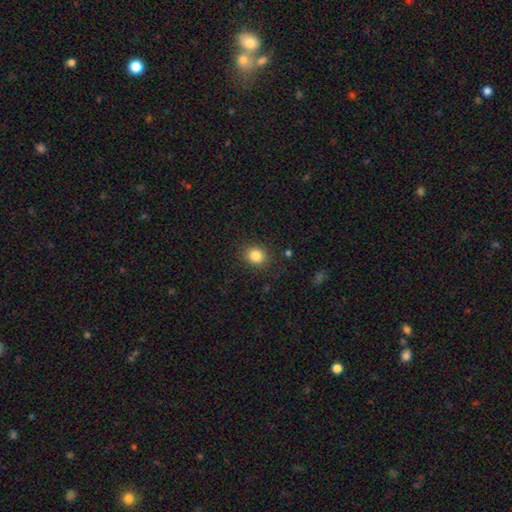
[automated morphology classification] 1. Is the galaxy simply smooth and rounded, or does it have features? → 84% smooth, 11% star or artifact, 5% featured or disk.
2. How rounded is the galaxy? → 74% round, 26% in between, 1% cigar-shaped.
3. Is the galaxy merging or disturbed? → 87% none, 9% minor disturbance, 3% major disturbance, 1% merger.